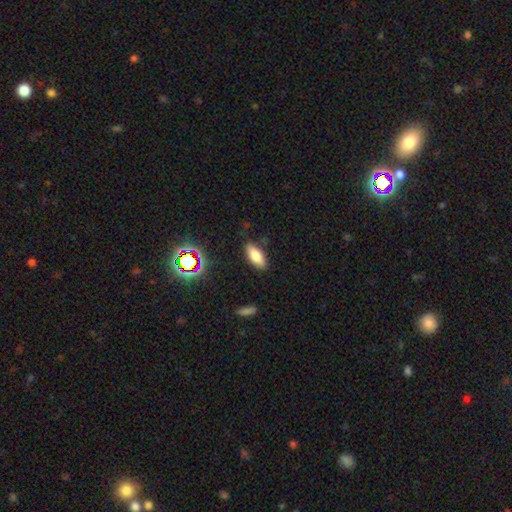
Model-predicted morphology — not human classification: Overall: smooth (78%). How rounded: in between (82%). Merging: none (81%).